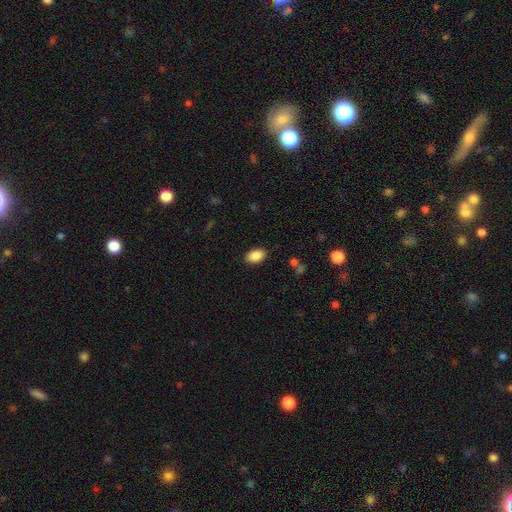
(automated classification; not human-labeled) A smooth galaxy with no disk features (88%) that is in between round and cigar-shaped (91%). Merging: none (88%).